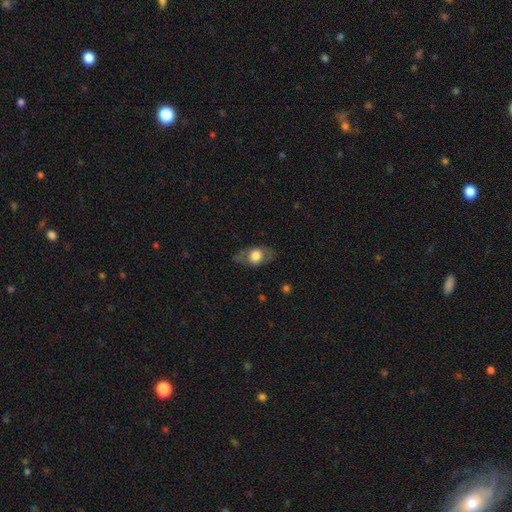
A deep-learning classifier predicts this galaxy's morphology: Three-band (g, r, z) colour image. It shows a smooth galaxy with no disk features (57%) that is in between round and cigar-shaped (76%). Merging: none (71%).